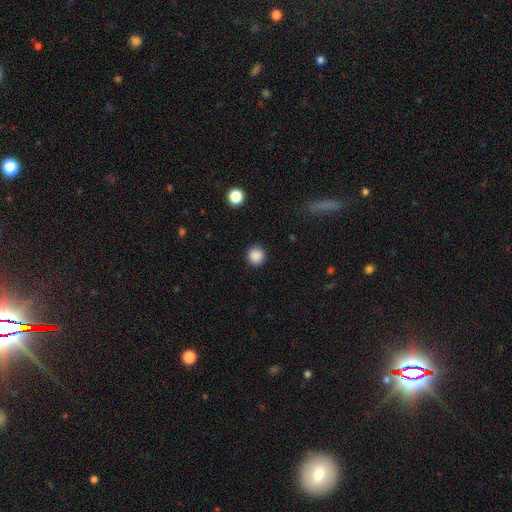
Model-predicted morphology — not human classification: Overall: smooth (87%). How rounded: round (93%). Merging: none (90%).